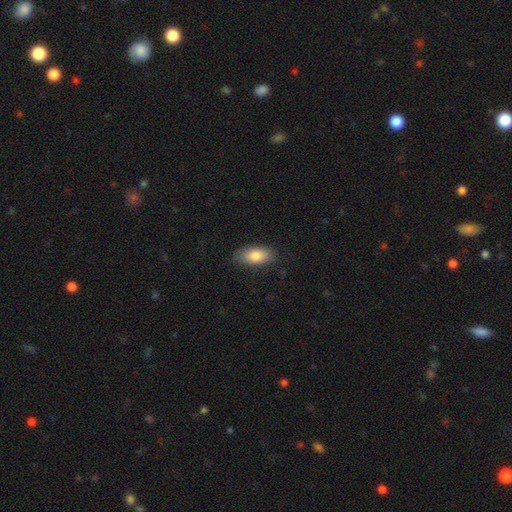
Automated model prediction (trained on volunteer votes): Smooth or featured? Predicted: smooth (p=0.84). How rounded? Predicted: in between (p=0.90). Merging? Predicted: none (p=0.83).